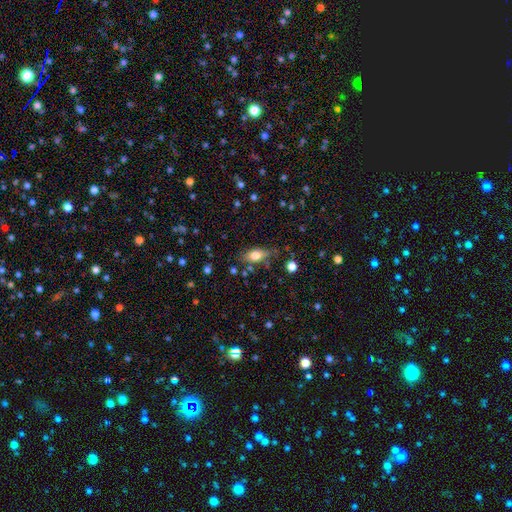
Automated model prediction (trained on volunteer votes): Morphology: type=smooth (73%); roundness=in between (83%); merging=none (70%).